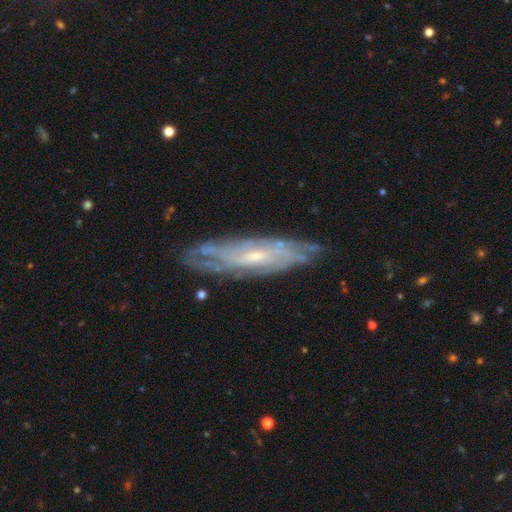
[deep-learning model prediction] featured or disk 78%, smooth 15%, star or artifact 7%. Down the decision tree: edge-on disk — no (67%); bar — no (52%); spiral arms — yes (83%); bulge size — small (63%); merging — none (77%).